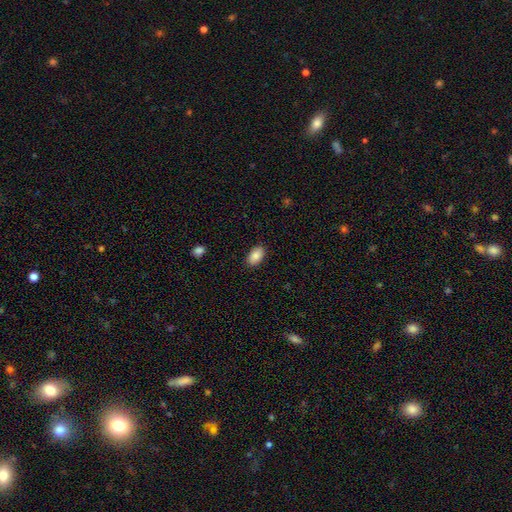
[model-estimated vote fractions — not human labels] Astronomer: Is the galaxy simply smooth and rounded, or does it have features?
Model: smooth — 88%.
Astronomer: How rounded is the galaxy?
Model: in between — 93%.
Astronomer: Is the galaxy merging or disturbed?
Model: none — 88%.